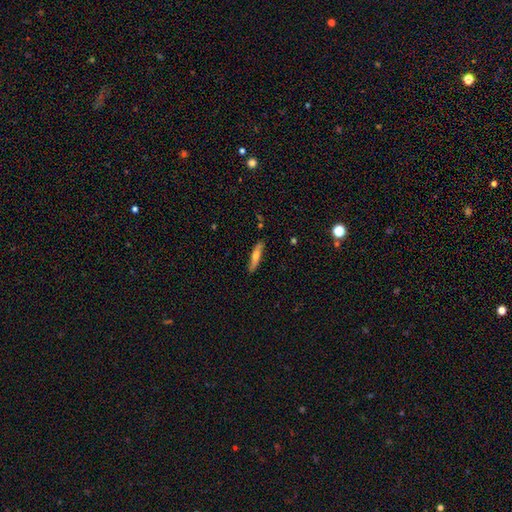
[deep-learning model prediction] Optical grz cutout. It shows a smooth galaxy with no disk features (51%) that is cigar-shaped (85%). Merging: none (84%).